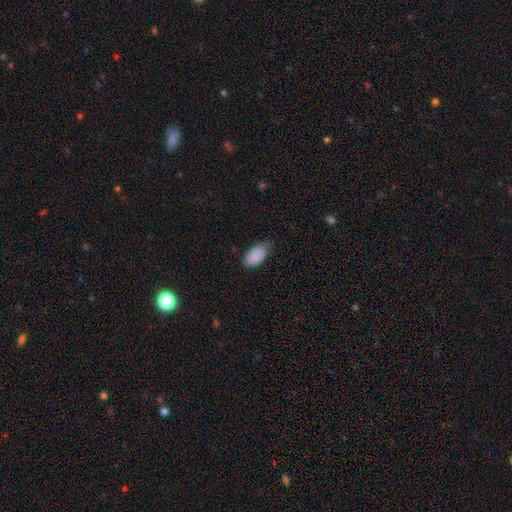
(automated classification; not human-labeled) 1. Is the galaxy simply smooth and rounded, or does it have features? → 87% smooth, 6% star or artifact, 6% featured or disk.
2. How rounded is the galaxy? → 95% in between, 3% round, 2% cigar-shaped.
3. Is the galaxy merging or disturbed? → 56% none, 36% minor disturbance, 7% major disturbance, 1% merger.